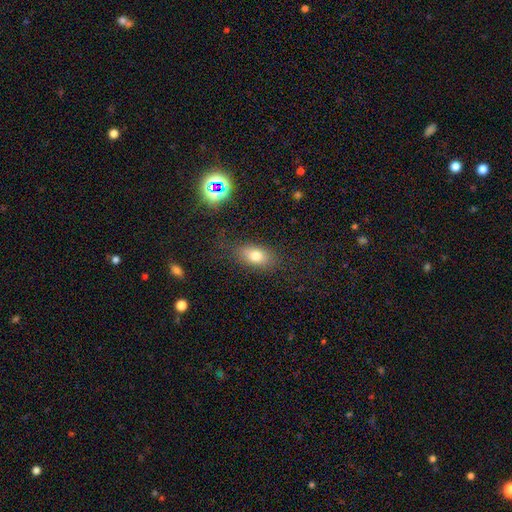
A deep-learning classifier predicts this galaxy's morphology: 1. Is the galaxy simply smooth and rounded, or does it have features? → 75% smooth, 13% featured or disk, 12% star or artifact.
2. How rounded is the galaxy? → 83% in between, 12% round, 5% cigar-shaped.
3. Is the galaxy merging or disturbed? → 75% none, 16% minor disturbance, 7% major disturbance, 2% merger.